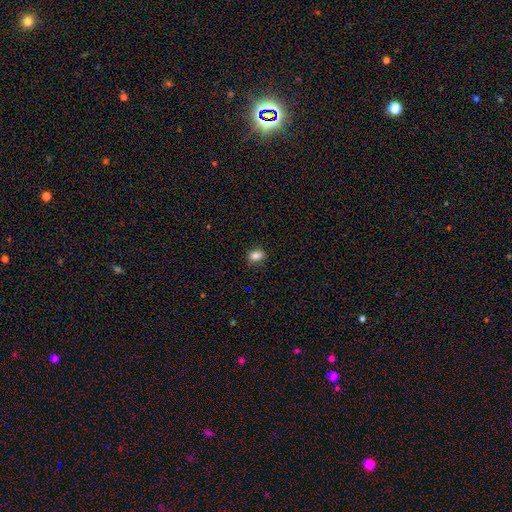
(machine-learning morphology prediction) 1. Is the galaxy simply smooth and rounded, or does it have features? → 85% smooth, 10% star or artifact, 5% featured or disk.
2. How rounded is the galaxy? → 71% in between, 27% round, 2% cigar-shaped.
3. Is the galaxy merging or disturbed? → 85% none, 11% minor disturbance, 2% major disturbance, 1% merger.